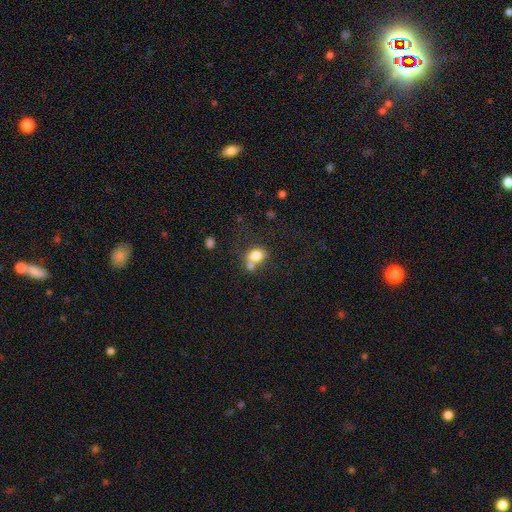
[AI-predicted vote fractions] Morphology: type=smooth (78%); roundness=in between (55%); merging=none (42%).